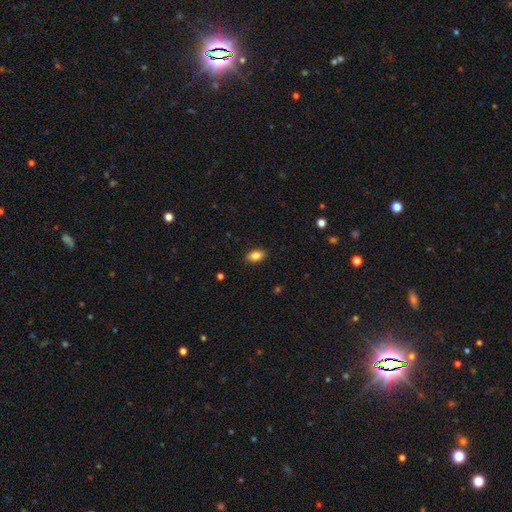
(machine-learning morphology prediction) type=smooth (86%); roundness=in between (89%); merging=none (88%).